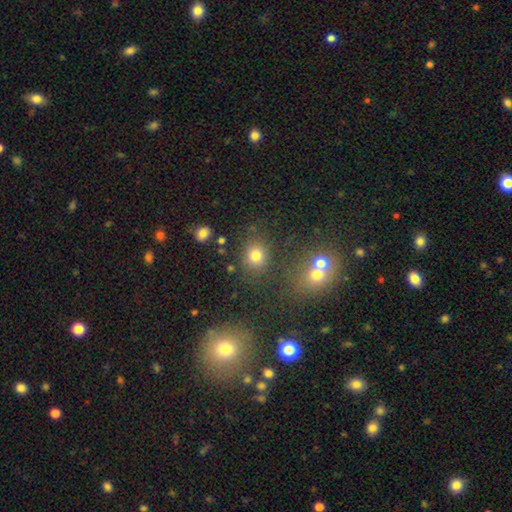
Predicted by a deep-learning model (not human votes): smooth_or_featured: smooth (p=0.75) [alt: star or artifact p=0.18]
how_rounded: round (p=0.72) [alt: in between p=0.26]
merging: none (p=0.74) [alt: minor disturbance p=0.11]